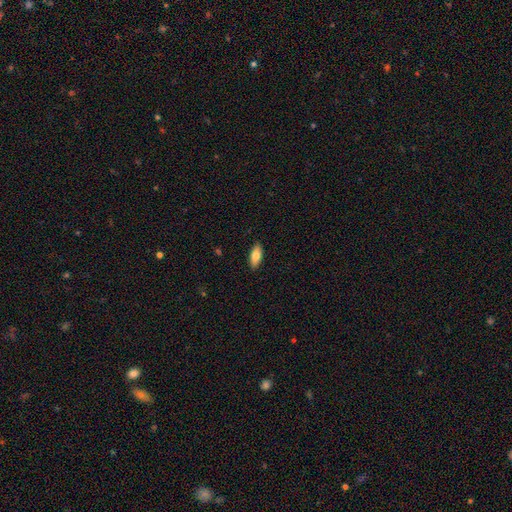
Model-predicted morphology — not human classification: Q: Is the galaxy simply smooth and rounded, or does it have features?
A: smooth — 78%.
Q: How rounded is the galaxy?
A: in between — 83%.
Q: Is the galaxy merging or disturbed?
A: none — 89%.